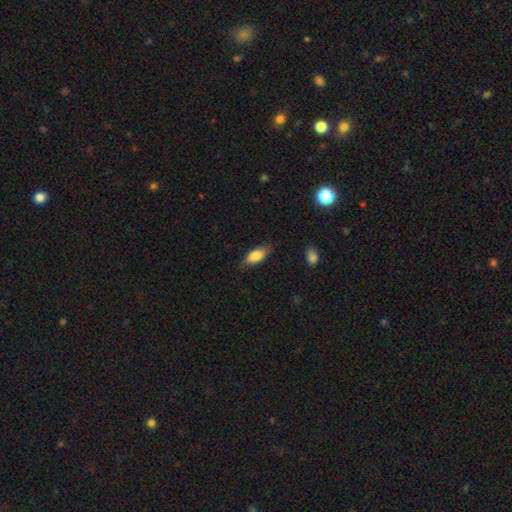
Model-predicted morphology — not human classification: The model was most divided on "merging": none: 77%, minor disturbance: 18%, major disturbance: 4%, merger: 1%. More confident: how rounded — in between (82%); smooth or featured — smooth (80%).